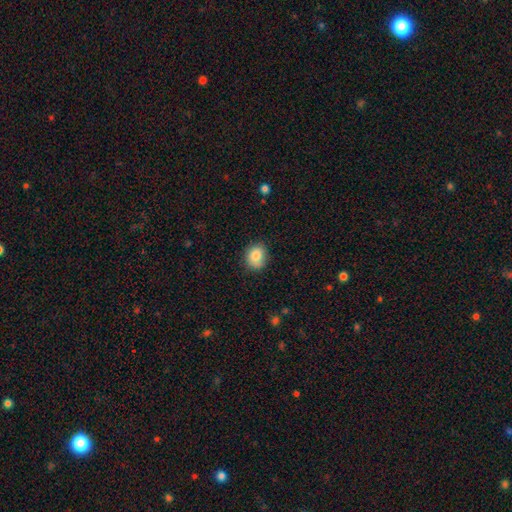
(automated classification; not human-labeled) Smooth or featured: smooth — 84% (star or artifact — 8%)
How rounded: round — 60% (in between — 39%)
Merging: none — 76% (minor disturbance — 19%)